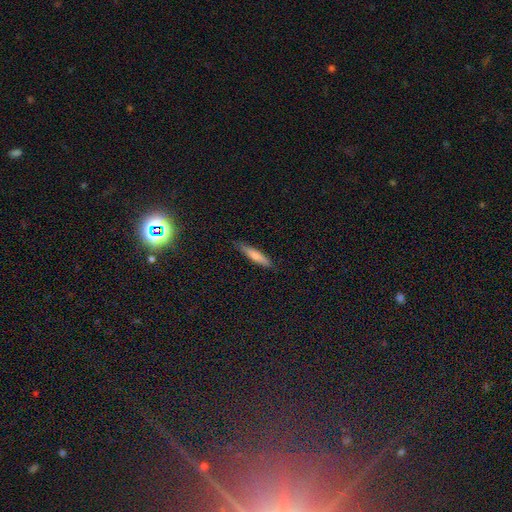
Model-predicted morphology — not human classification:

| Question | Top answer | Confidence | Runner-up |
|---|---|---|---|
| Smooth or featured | smooth | 72% | featured or disk (21%) |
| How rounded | cigar-shaped | 87% | in between (12%) |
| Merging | none | 86% | minor disturbance (11%) |